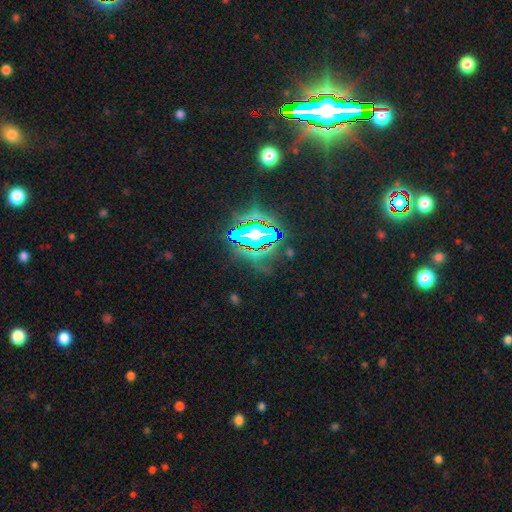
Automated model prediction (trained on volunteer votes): Overall: star or artifact (76%).